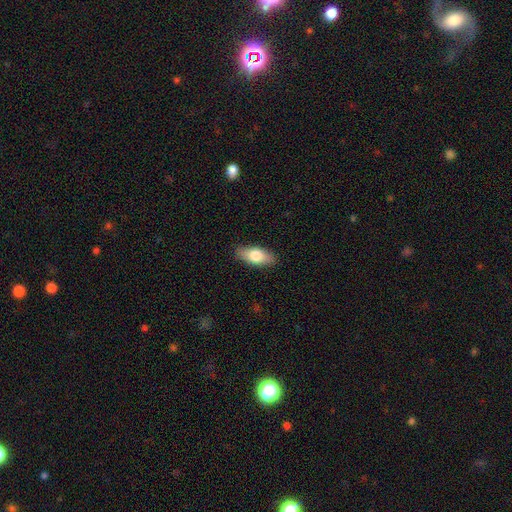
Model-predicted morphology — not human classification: This is likely a smooth galaxy (75%). How rounded: clearly in between (83%). Merging: clearly none (87%).